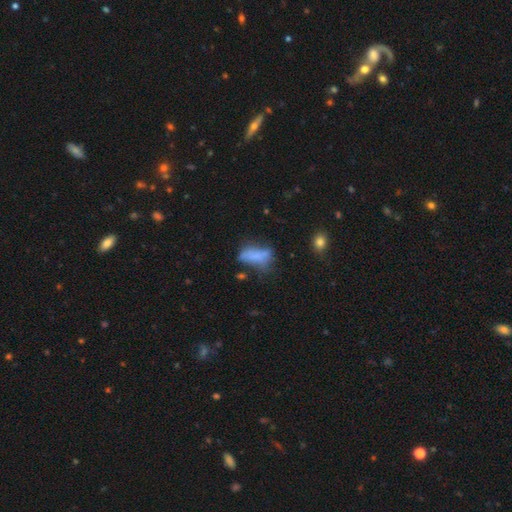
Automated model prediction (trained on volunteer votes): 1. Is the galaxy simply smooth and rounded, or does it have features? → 63% smooth, 24% featured or disk, 13% star or artifact.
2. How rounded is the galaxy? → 76% in between, 19% cigar-shaped, 5% round.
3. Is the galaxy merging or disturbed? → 34% none, 27% major disturbance, 27% minor disturbance, 12% merger.